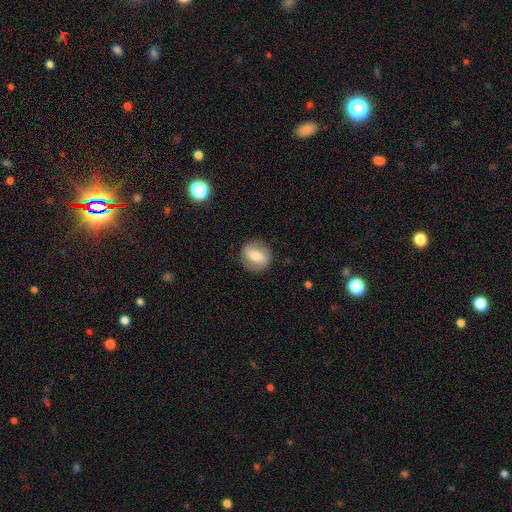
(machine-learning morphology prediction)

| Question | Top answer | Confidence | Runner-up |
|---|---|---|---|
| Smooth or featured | featured or disk | 46% | tied: smooth (46%) |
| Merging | none | 85% | minor disturbance (11%) |